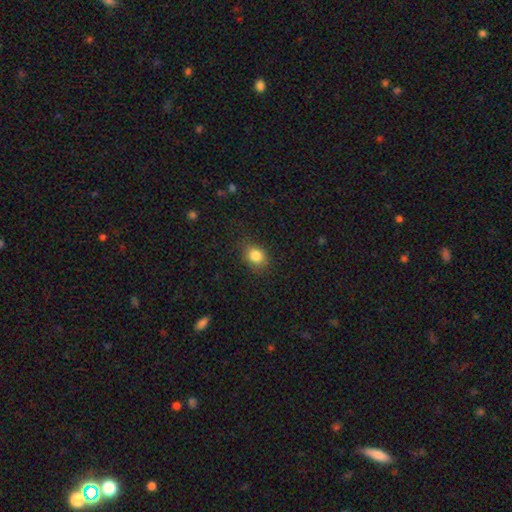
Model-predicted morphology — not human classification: A smooth galaxy with no disk features (84%) that is round (50%). Merging: none (80%).